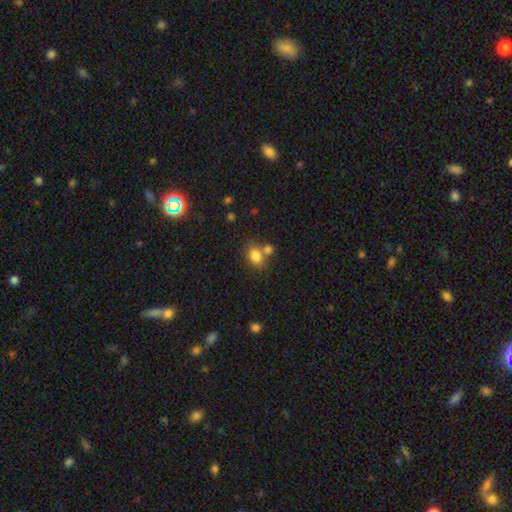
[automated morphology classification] A smooth galaxy with no disk features (82%) that is in between round and cigar-shaped (70%).

Vote fractions:
- Smooth or featured? smooth: 82% / star or artifact: 10% / featured or disk: 8%
- How rounded? in between: 70% / round: 29% / cigar-shaped: 1%
- Merging? none: 53% / merger: 30% / minor disturbance: 13% / major disturbance: 5%